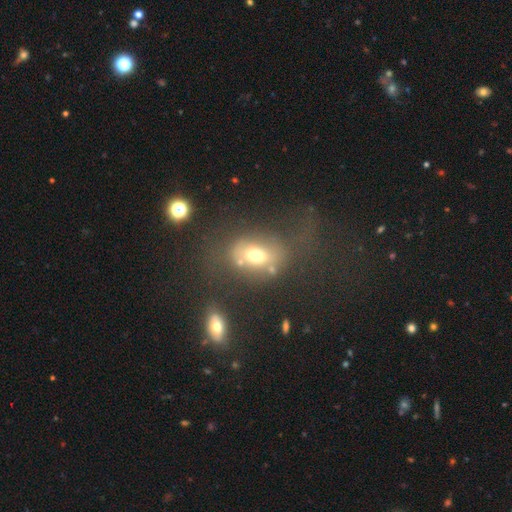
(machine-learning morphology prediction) smooth 61%, featured or disk 25%, star or artifact 14%. Down the decision tree: how rounded — in between (71%); merging — none (42%).